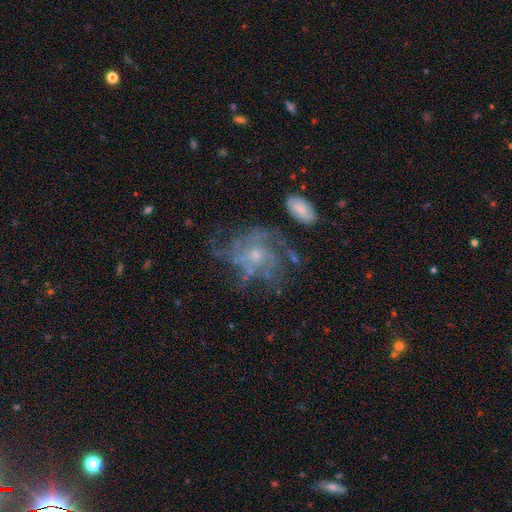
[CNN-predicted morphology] Smooth or featured? featured or disk (75%)
Edge-on disk? no (97%)
Bar? no (80%)
Spiral arms? yes (74%)
Spiral winding? medium (39%)
Spiral arm count? can't tell (46%)
Bulge size? small (63%)
Merging? none (50%)